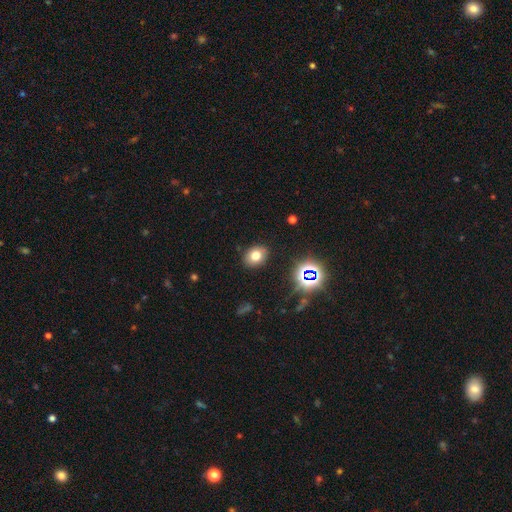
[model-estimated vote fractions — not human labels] The model was most divided on "how rounded": in between: 58%, round: 41%, cigar-shaped: 1%. More confident: merging — none (87%); smooth or featured — smooth (73%).